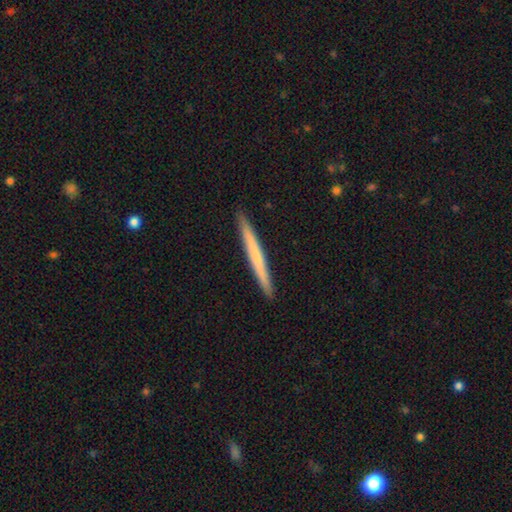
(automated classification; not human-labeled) This appears to be a smooth galaxy with no disk features (54%) that is cigar-shaped (97%). Merging: none (93%).